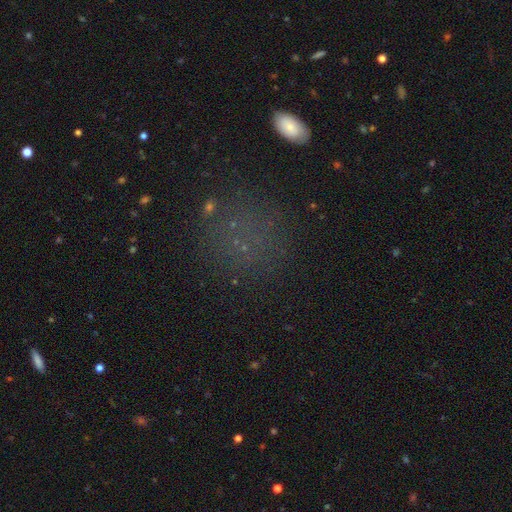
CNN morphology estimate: The model was most divided on "smooth or featured": smooth: 48%, star or artifact: 39%, featured or disk: 13%. More confident: merging — none (75%).